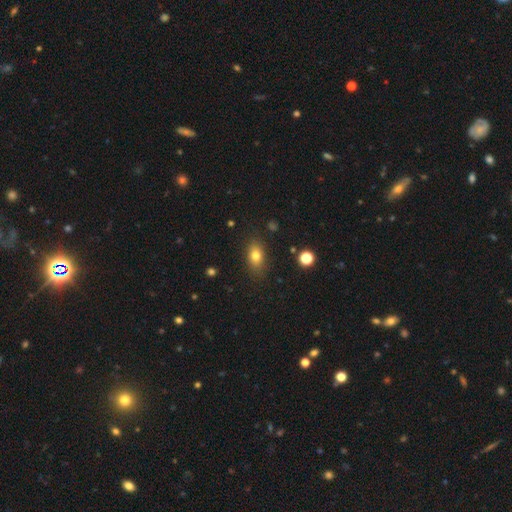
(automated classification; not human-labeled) Smooth or featured?
  - smooth: 78% *
  - featured or disk: 11%
  - star or artifact: 11%
How rounded?
  - in between: 82% *
  - round: 15%
  - cigar-shaped: 3%
Merging?
  - none: 83% *
  - minor disturbance: 12%
  - major disturbance: 4%
  - merger: 2%